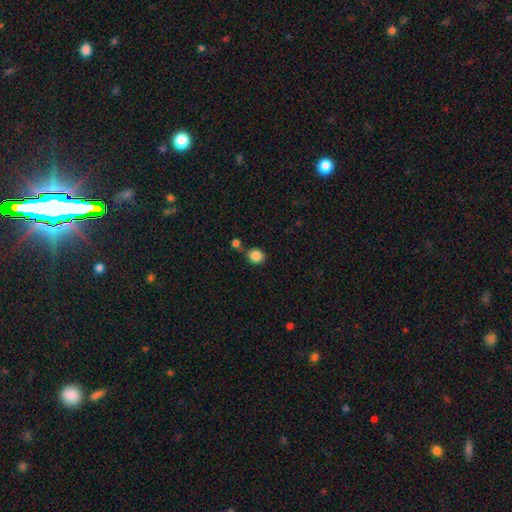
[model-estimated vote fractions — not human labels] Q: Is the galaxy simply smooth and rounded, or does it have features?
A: smooth — 86%.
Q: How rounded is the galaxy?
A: round — 79%.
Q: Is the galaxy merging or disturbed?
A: none — 68%.